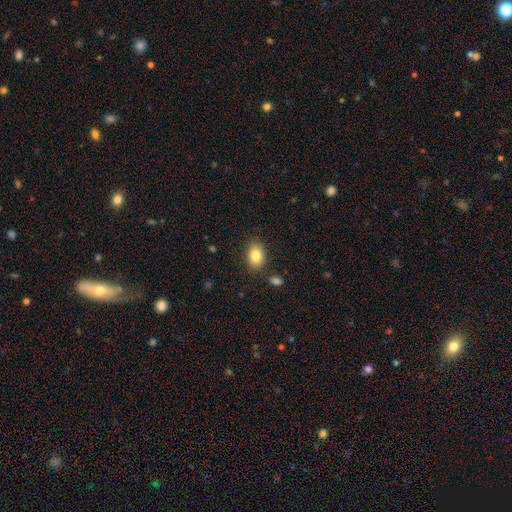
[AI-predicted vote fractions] A smooth galaxy with no disk features (84%) that is in between round and cigar-shaped (83%).

Vote fractions:
- Smooth or featured? smooth: 84% / featured or disk: 8% / star or artifact: 8%
- How rounded? in between: 83% / round: 16% / cigar-shaped: 1%
- Merging? none: 85% / minor disturbance: 10% / merger: 3% / major disturbance: 2%